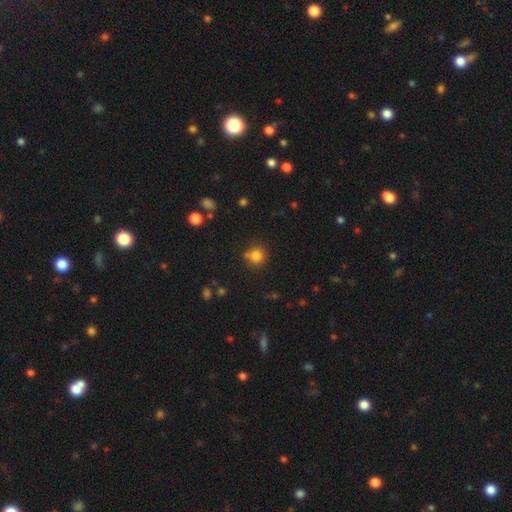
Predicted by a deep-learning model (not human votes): Smooth or featured: smooth — 80% (star or artifact — 13%)
How rounded: round — 90% (in between — 9%)
Merging: none — 74% (minor disturbance — 12%)